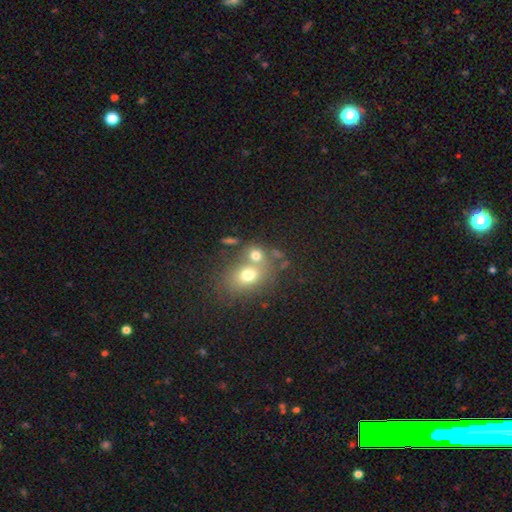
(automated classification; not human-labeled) smooth-or-featured: smooth: 69% | featured or disk: 17% | star or artifact: 14%
  how-rounded: round: 57% | in between: 42% | cigar-shaped: 1%
  merging: merger: 49% | none: 36% | minor disturbance: 9% | major disturbance: 5%